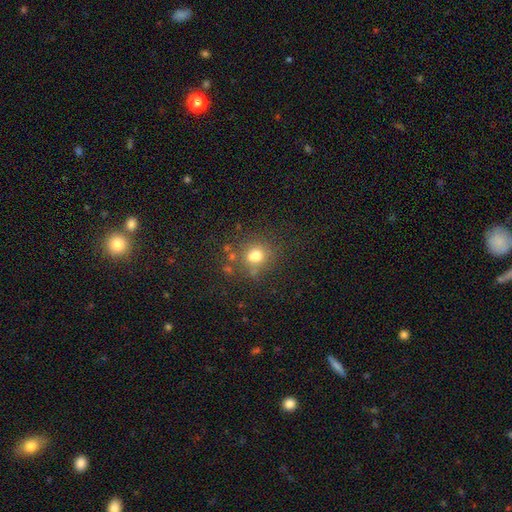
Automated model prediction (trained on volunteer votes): Smooth or featured? Predicted: smooth (p=0.72). How rounded? Predicted: round (p=0.79). Merging? Predicted: none (p=0.62).